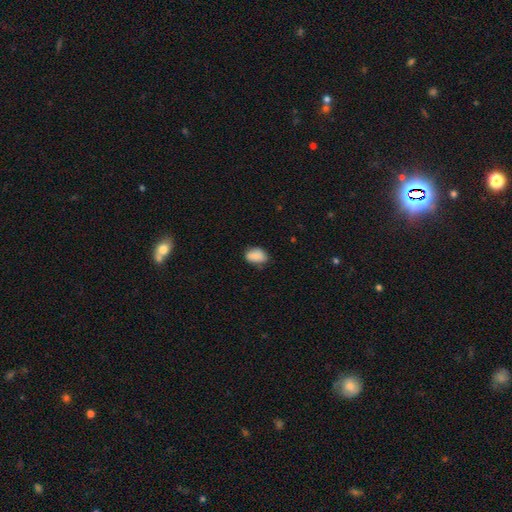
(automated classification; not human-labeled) This appears to be a smooth galaxy with no disk features (85%) that is in between round and cigar-shaped (79%). Merging: none (69%).